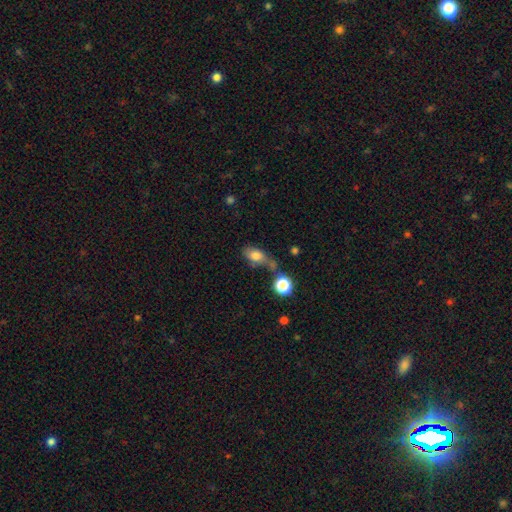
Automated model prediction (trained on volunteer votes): smooth_or_featured: smooth (p=0.77) [alt: featured or disk p=0.13]
how_rounded: in between (p=0.80) [alt: round p=0.16]
merging: none (p=0.43) [alt: merger p=0.24]